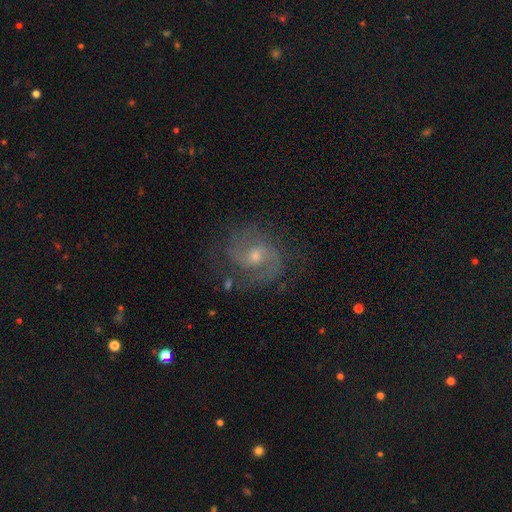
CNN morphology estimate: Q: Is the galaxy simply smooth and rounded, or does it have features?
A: featured or disk — 84%.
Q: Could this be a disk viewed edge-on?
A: no — 98%.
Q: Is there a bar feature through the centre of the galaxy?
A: no — 50%.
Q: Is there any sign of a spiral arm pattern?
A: yes — 96%.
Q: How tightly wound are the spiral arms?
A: medium — 54%.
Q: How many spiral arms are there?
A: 2 — 78%.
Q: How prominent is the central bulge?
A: small — 50%.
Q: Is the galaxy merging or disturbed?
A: none — 73%.